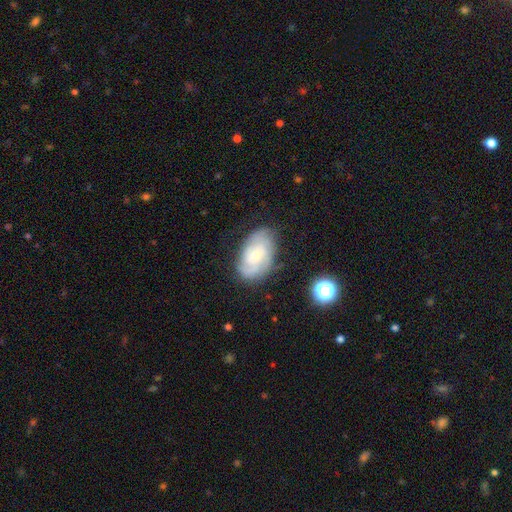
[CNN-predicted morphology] Smooth or featured: featured or disk — 70% (smooth — 23%)
Edge-on disk: no — 96% (yes — 4%)
Bar: no — 59% (weak — 36%)
Spiral arms: yes — 92% (no — 8%)
Spiral winding: tight — 55% (medium — 35%)
Spiral arm count: 2 — 35% (can't tell — 34%)
Bulge size: small — 56% (moderate — 34%)
Merging: none — 72% (minor disturbance — 19%)